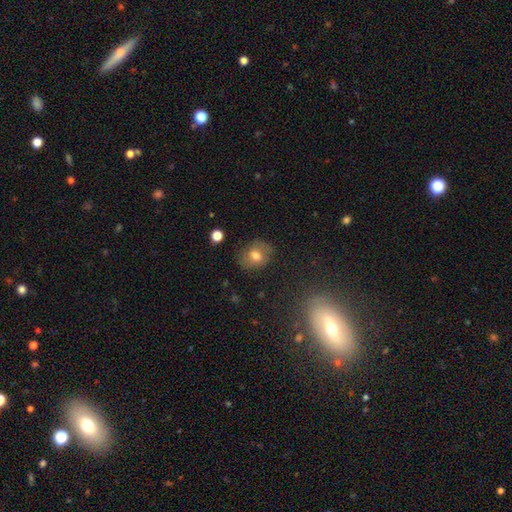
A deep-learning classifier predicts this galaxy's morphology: Overall: smooth (71%). How rounded: round (58%; in between 41%). Merging: none (78%).